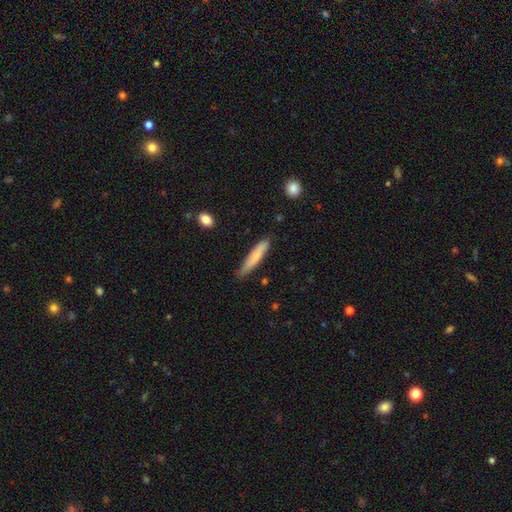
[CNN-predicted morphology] This is likely a smooth galaxy (75%). How rounded: clearly cigar-shaped (90%). Merging: likely none (76%).